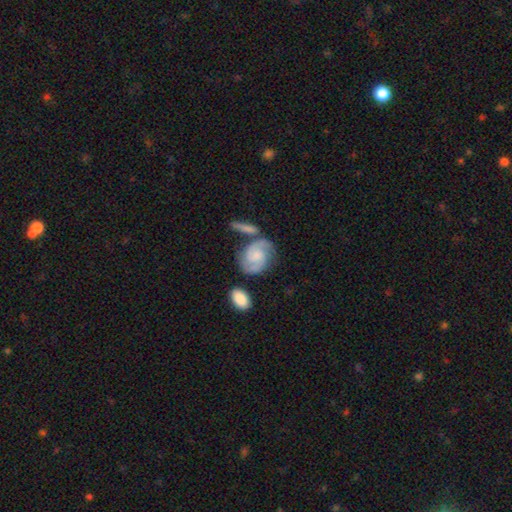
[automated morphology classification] This appears to be a featured or disk galaxy (79%) with no bar (60%), 2 (85%) medium (48%) spiral arms (96%) and a small central bulge (46%). Merging: none (60%).